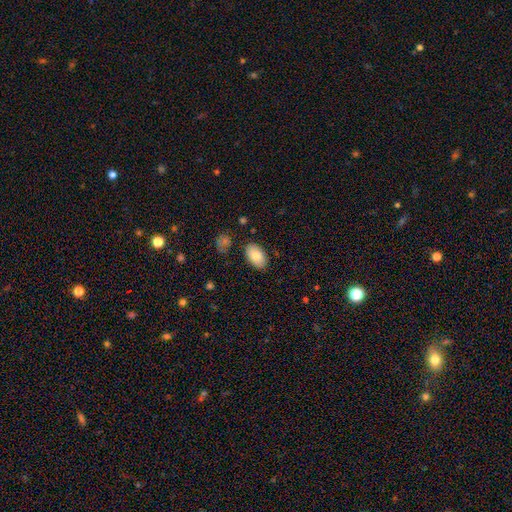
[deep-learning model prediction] Smooth or featured? smooth (81%)
How rounded? in between (93%)
Merging? none (84%)